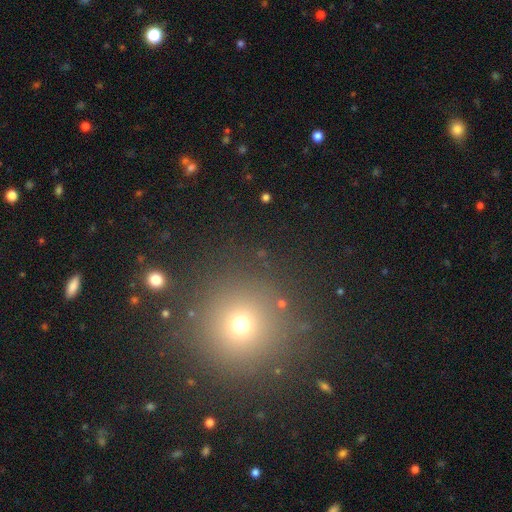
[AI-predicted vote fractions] Q: Smooth or featured?
A: smooth (59%); runner-up: star or artifact (33%)
Q: How rounded?
A: round (95%); runner-up: in between (4%)
Q: Merging?
A: none (90%); runner-up: minor disturbance (5%)